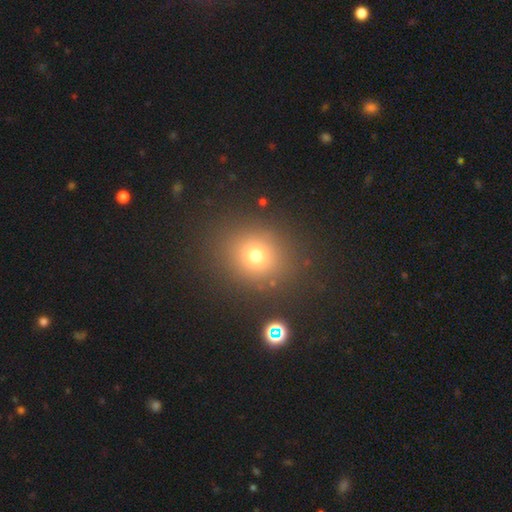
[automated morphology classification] Smooth or featured? smooth (71%)
How rounded? round (78%)
Merging? none (86%)